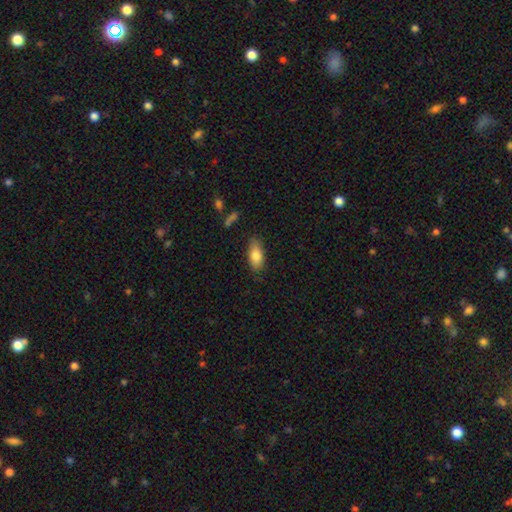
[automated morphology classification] Smooth or featured?
  - smooth: 81% *
  - featured or disk: 12%
  - star or artifact: 7%
How rounded?
  - in between: 85% *
  - cigar-shaped: 12%
  - round: 3%
Merging?
  - none: 79% *
  - minor disturbance: 17%
  - major disturbance: 3%
  - merger: 2%